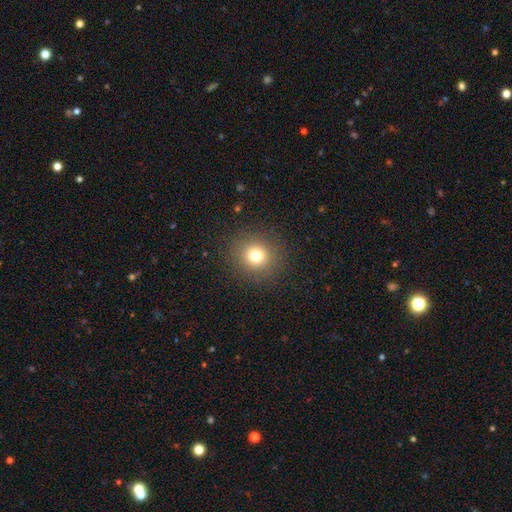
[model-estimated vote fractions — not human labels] Smooth or featured?
  - smooth: 76% *
  - star or artifact: 15%
  - featured or disk: 9%
How rounded?
  - round: 89% *
  - in between: 10%
  - cigar-shaped: 1%
Merging?
  - none: 89% *
  - minor disturbance: 6%
  - major disturbance: 3%
  - merger: 1%